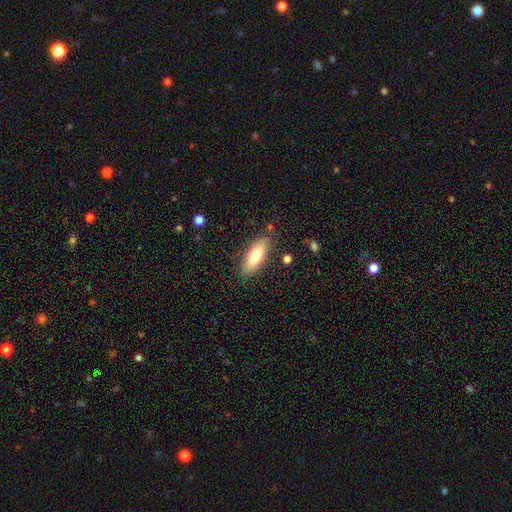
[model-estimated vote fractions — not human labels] A smooth galaxy with no disk features (73%) that is in between round and cigar-shaped (62%).

Vote fractions:
- Smooth or featured? smooth: 73% / featured or disk: 20% / star or artifact: 6%
- How rounded? in between: 62% / cigar-shaped: 36% / round: 2%
- Merging? none: 84% / minor disturbance: 12% / major disturbance: 3% / merger: 2%